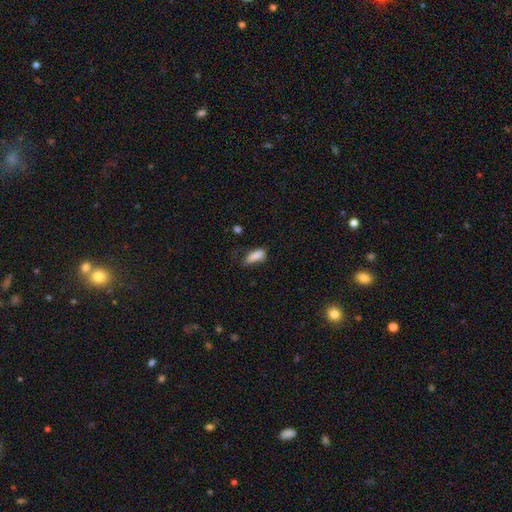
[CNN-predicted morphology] A smooth galaxy with no disk features (85%) that is in between round and cigar-shaped (70%).

Vote fractions:
- Smooth or featured? smooth: 85% / star or artifact: 8% / featured or disk: 7%
- How rounded? in between: 70% / cigar-shaped: 27% / round: 3%
- Merging? none: 47% / minor disturbance: 35% / major disturbance: 14% / merger: 4%